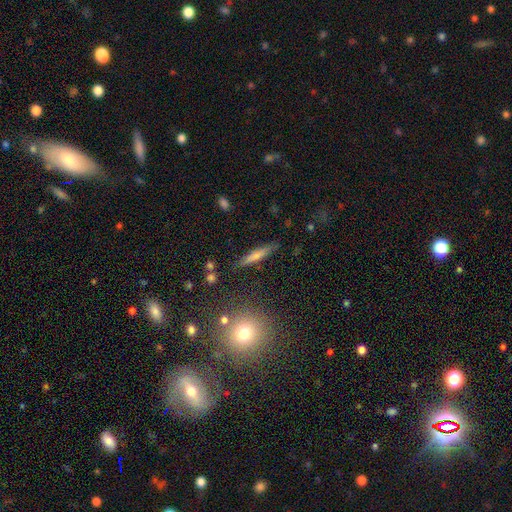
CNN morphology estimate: This appears to be a smooth galaxy with no disk features (62%) that is cigar-shaped (89%). Merging: none (84%).